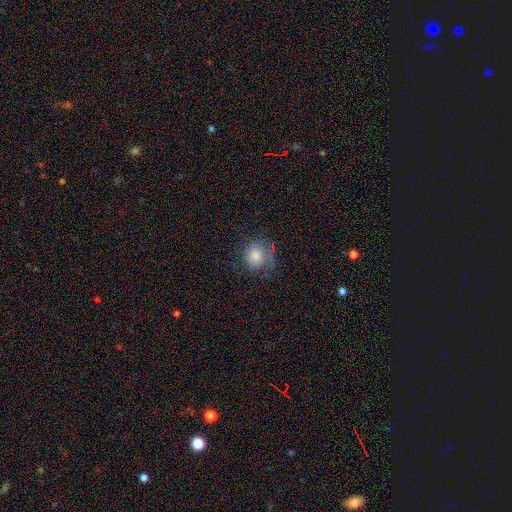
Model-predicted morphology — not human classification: smooth_or_featured: smooth (p=0.71) [alt: featured or disk p=0.19]
how_rounded: round (p=0.82) [alt: in between p=0.17]
merging: none (p=0.61) [alt: minor disturbance p=0.22]